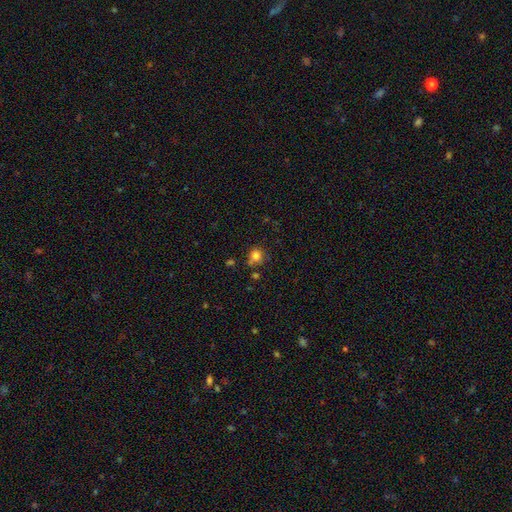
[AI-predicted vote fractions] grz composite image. It shows a smooth galaxy with no disk features (79%) that is round (86%). Merging: none (67%).